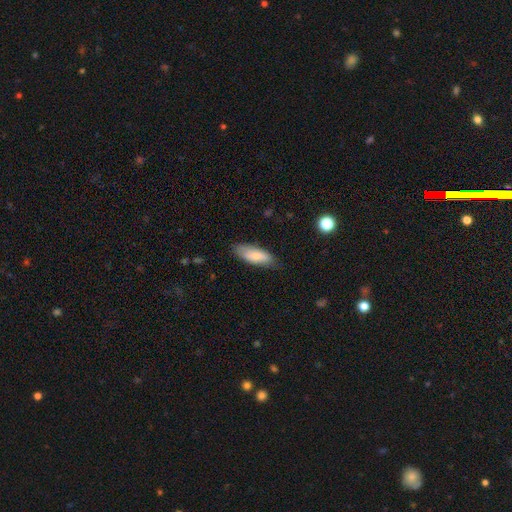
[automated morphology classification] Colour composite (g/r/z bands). It shows a smooth galaxy with no disk features (77%) that is in between round and cigar-shaped (64%). Merging: none (78%).